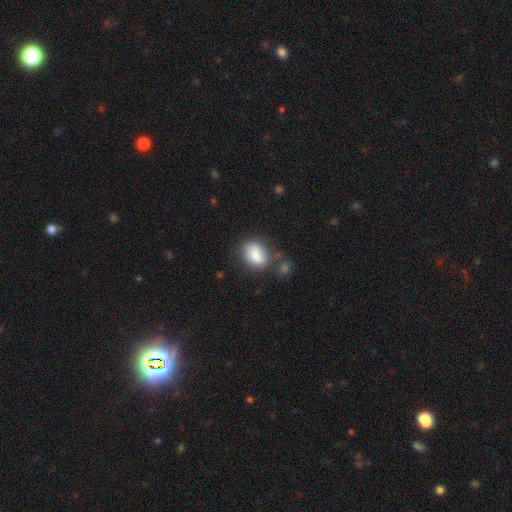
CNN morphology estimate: Q: Smooth or featured?
A: smooth (80%); runner-up: featured or disk (12%)
Q: How rounded?
A: in between (69%); runner-up: round (29%)
Q: Merging?
A: none (57%); runner-up: minor disturbance (21%)